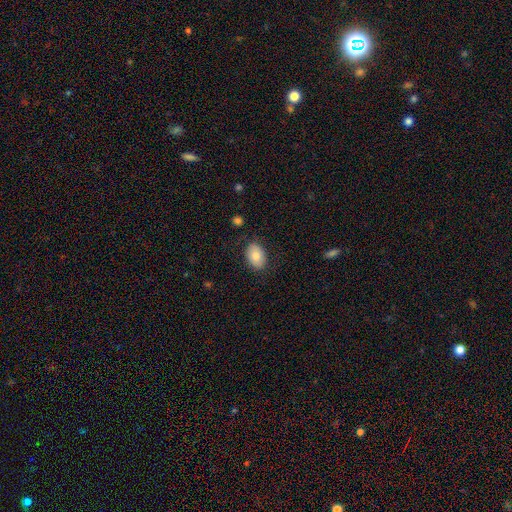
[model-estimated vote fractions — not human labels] The model was most divided on "how rounded": in between: 83%, round: 16%, cigar-shaped: 1%. More confident: merging — none (82%); smooth or featured — smooth (81%).